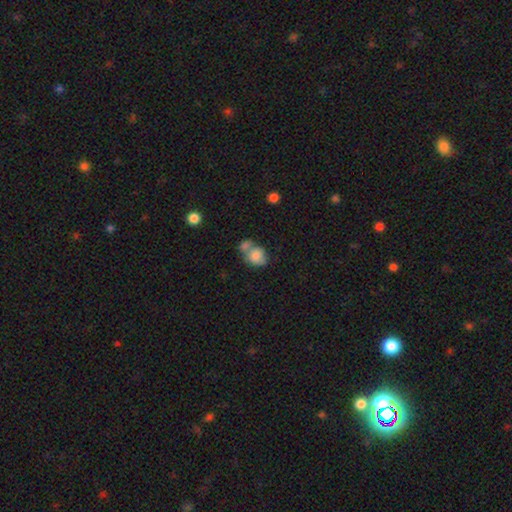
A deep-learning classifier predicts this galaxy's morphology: This is likely a smooth galaxy (77%). How rounded: possibly in between (51%). Merging: possibly merger (48%).